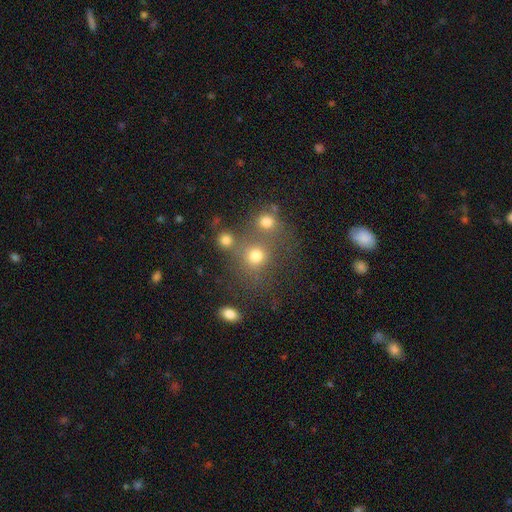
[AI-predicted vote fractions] Smooth or featured?
  - smooth: 73% *
  - star or artifact: 17%
  - featured or disk: 10%
How rounded?
  - round: 82% *
  - in between: 17%
  - cigar-shaped: 1%
Merging?
  - none: 55% *
  - merger: 29%
  - minor disturbance: 10%
  - major disturbance: 6%